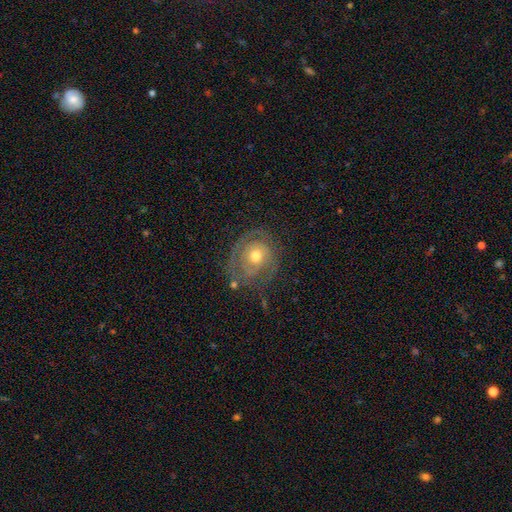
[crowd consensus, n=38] Volunteers were most divided on "spiral arm count": can't tell: 44%, 2: 28%, 1: 17%, 3: 11%, 4: 0%, more than 4: 0%. More confident: edge-on disk — no (97%); bar — no (83%); smooth or featured — featured or disk (79%); spiral winding — tight (78%); spiral arms — yes (62%); bulge size — moderate (62%); merging — none (61%).